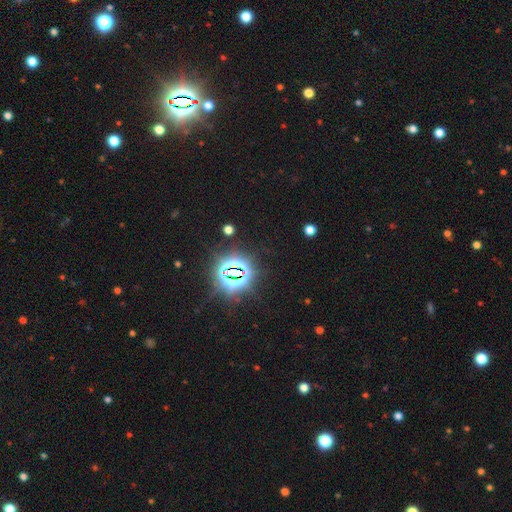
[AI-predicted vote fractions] This is clearly a star or artifact rather than a galaxy (84%).